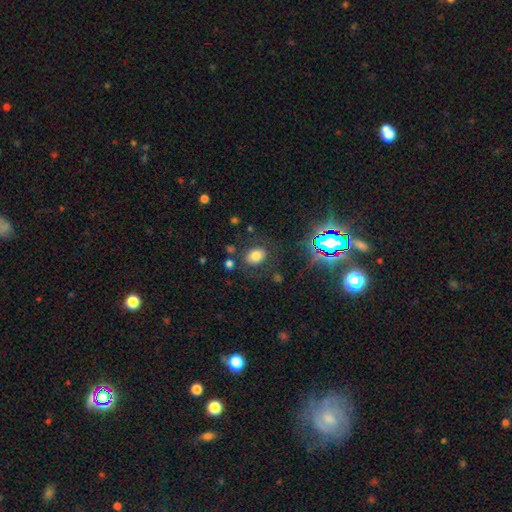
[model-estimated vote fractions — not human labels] Smooth or featured? smooth (70%)
How rounded? in between (61%)
Merging? none (78%)